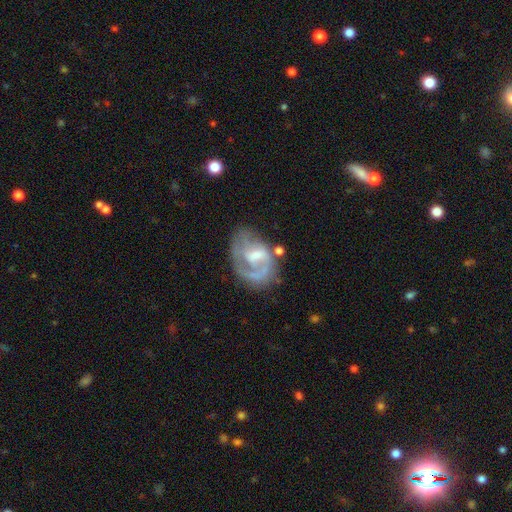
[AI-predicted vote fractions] smooth-or-featured: featured or disk: 75% | smooth: 18% | star or artifact: 7%
  disk-edge-on: no: 97% | yes: 3%
    bar: weak: 51% | no: 34% | strong: 15%
    has-spiral-arms: yes: 80% | no: 20%
      spiral-winding: medium: 40% | tight: 37% | loose: 23%
      spiral-arm-count: 1: 47% | 2: 30% | can't tell: 17% | 3: 4% | 4: 1% | more than 4: 1%
    bulge-size: moderate: 44% | small: 36% | none: 13% | large: 6% | dominant: 1%
  merging: none: 49% | minor disturbance: 23% | major disturbance: 22% | merger: 6%